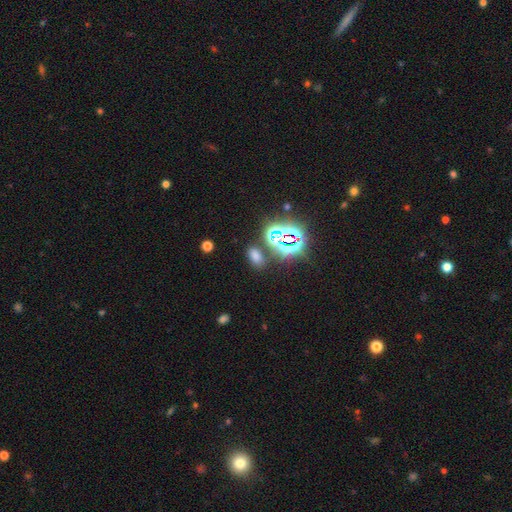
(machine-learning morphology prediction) Smooth or featured? Predicted: smooth (p=0.59). How rounded? Predicted: in between (p=0.88). Merging? Predicted: none (p=0.80).